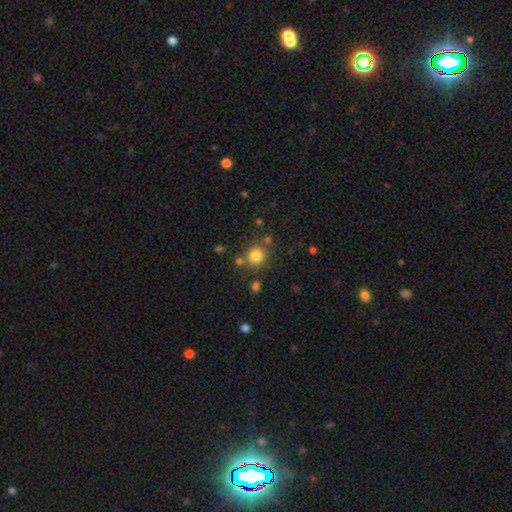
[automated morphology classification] Smooth or featured?
  - smooth: 80% *
  - star or artifact: 14%
  - featured or disk: 7%
How rounded?
  - round: 90% *
  - in between: 9%
  - cigar-shaped: 1%
Merging?
  - none: 77% *
  - minor disturbance: 9%
  - merger: 9%
  - major disturbance: 4%